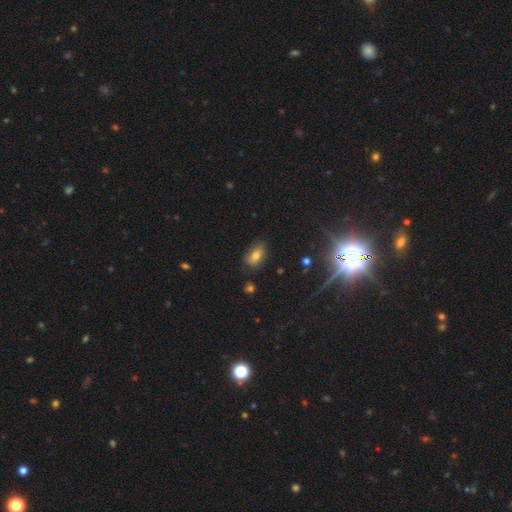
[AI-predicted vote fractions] This is likely a smooth galaxy (71%). How rounded: clearly in between (88%). Merging: likely none (73%).